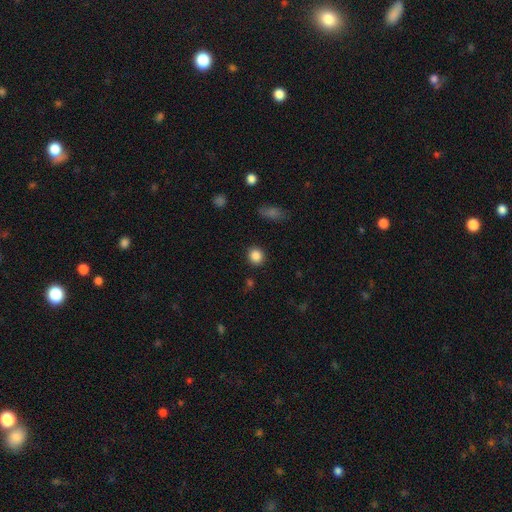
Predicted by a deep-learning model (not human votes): Smooth or featured? smooth (86%)
How rounded? round (85%)
Merging? none (90%)